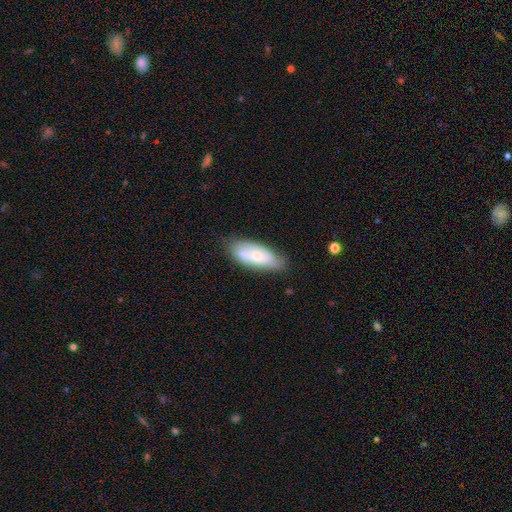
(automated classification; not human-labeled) smooth 56%, featured or disk 38%, star or artifact 7%. Down the decision tree: how rounded — in between (83%); merging — none (64%).